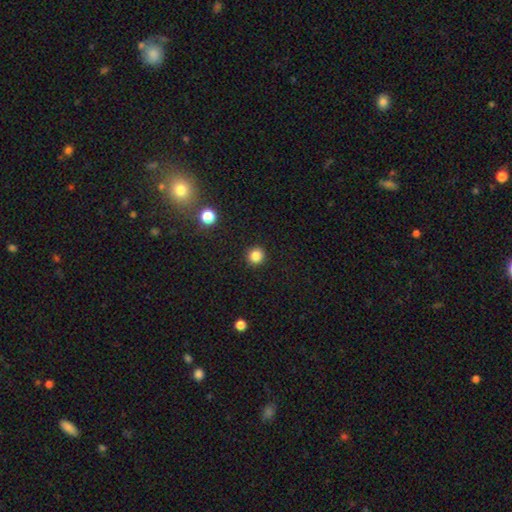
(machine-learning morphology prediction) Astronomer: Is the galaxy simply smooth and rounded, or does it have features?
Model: smooth — 84%.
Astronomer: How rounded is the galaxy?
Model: round — 93%.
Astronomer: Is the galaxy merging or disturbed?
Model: none — 93%.